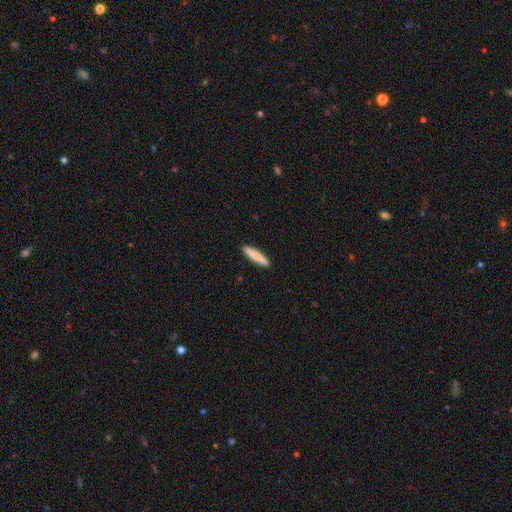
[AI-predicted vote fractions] This is likely a smooth galaxy (78%). How rounded: clearly cigar-shaped (91%). Merging: clearly none (89%).